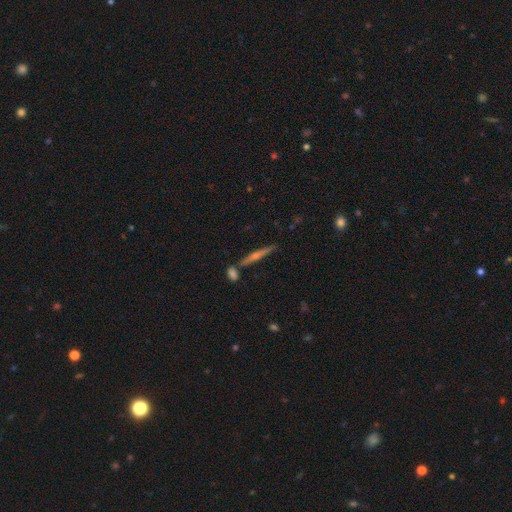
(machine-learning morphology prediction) featured or disk 66%, smooth 26%, star or artifact 8%. Down the decision tree: edge-on disk — yes (97%); edge-on bulge — rounded (77%); merging — none (81%).